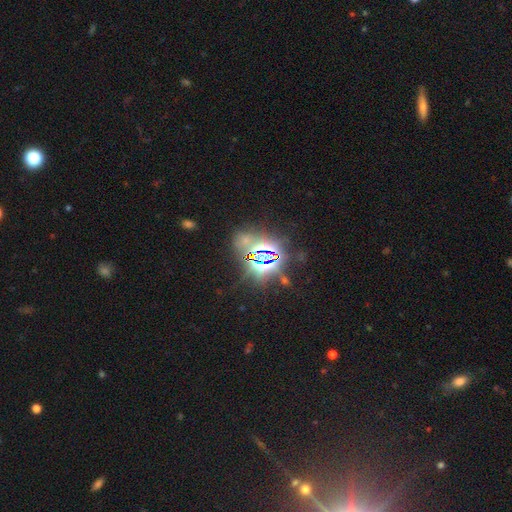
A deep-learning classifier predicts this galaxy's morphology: type=star or artifact (79%).